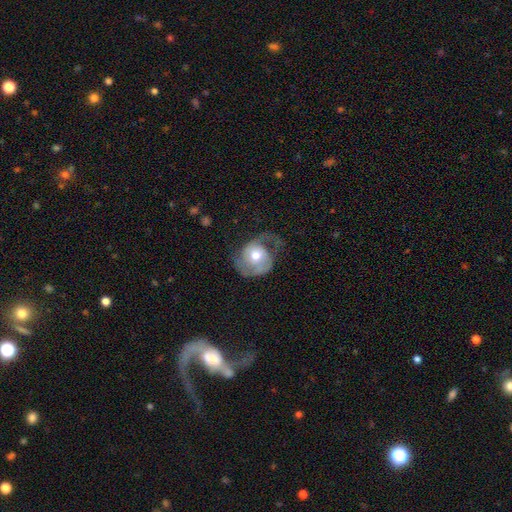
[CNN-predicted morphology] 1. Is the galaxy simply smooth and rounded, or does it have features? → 58% featured or disk, 36% smooth, 6% star or artifact.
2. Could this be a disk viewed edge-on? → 97% no, 3% yes.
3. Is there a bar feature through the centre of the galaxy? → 72% no, 23% weak, 5% strong.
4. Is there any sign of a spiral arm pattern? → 78% yes, 22% no.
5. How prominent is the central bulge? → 71% moderate, 15% small, 11% large, 1% dominant, 1% none.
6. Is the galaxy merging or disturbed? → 42% major disturbance, 31% none, 25% minor disturbance, 2% merger.